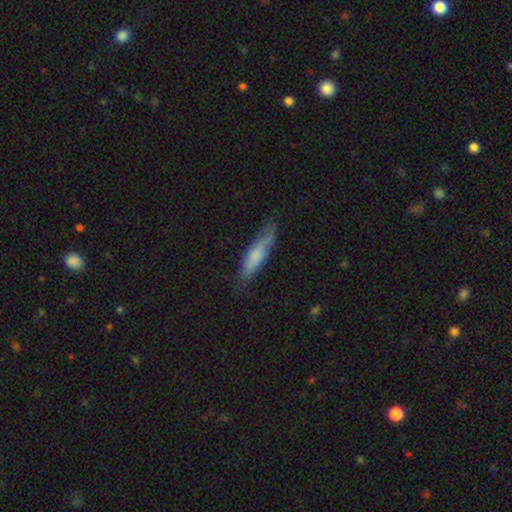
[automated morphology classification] Smooth or featured? Predicted: smooth (p=0.69). How rounded? Predicted: cigar-shaped (p=0.79). Merging? Predicted: none (p=0.71).